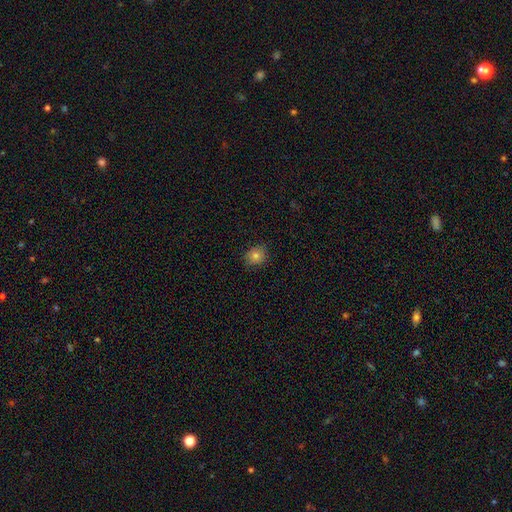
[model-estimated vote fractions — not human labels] Smooth or featured?
  - smooth: 79% *
  - star or artifact: 12%
  - featured or disk: 9%
How rounded?
  - round: 74% *
  - in between: 25%
  - cigar-shaped: 1%
Merging?
  - none: 84% *
  - minor disturbance: 12%
  - major disturbance: 2%
  - merger: 1%